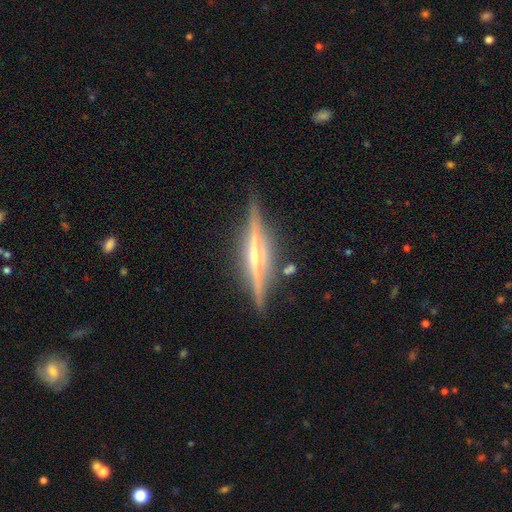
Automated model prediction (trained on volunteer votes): Overall: featured or disk (83%). Edge-on disk: yes (97%). Edge-on bulge: rounded (65%). Merging: none (86%).